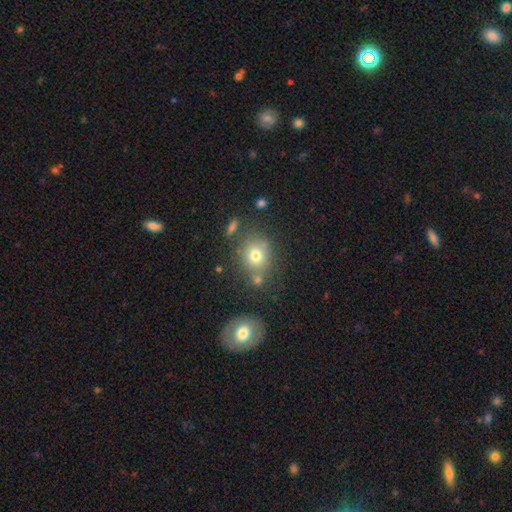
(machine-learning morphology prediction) This is likely a smooth galaxy (73%). How rounded: likely round (72%). Merging: likely none (67%).